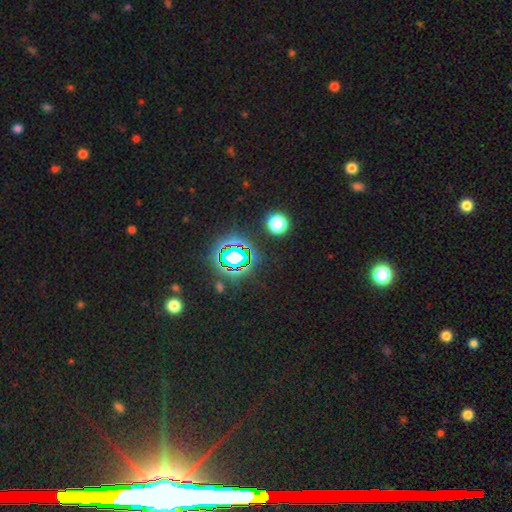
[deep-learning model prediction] A star or artifact, not a galaxy (75%).